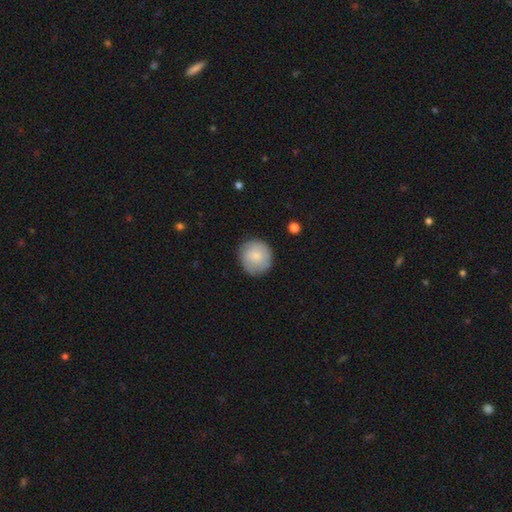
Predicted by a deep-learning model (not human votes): This is clearly a smooth galaxy (81%). How rounded: clearly round (91%). Merging: clearly none (83%).